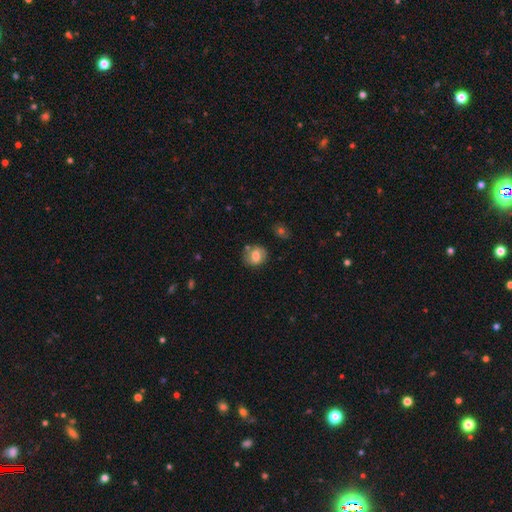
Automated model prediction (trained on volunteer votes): Overall: smooth (70%). How rounded: round (65%; in between 34%). Merging: none (72%).